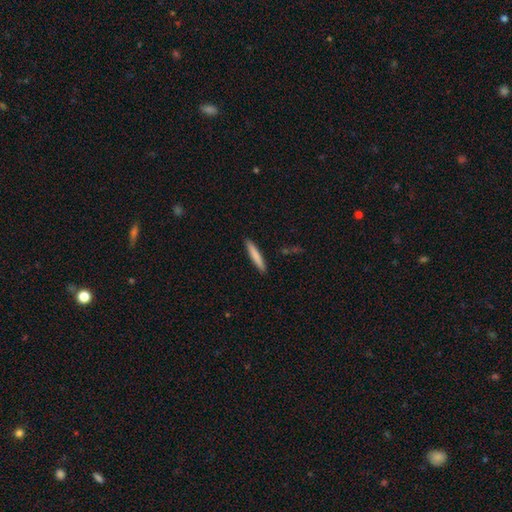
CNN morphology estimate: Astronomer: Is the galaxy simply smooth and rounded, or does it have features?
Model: smooth — 80%.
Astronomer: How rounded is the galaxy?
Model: cigar-shaped — 93%.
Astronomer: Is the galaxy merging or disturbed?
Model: none — 91%.